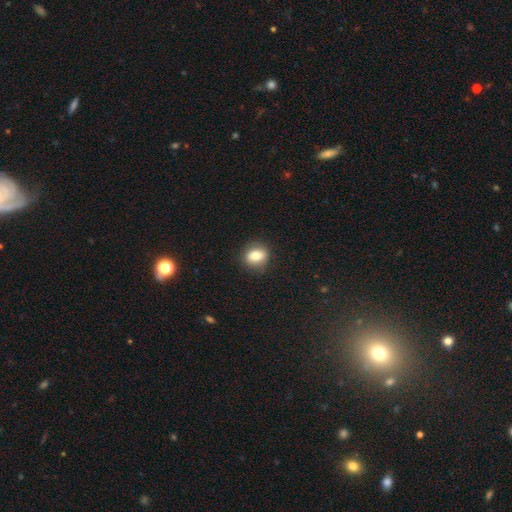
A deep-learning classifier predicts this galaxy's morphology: This is likely a smooth galaxy (77%). How rounded: possibly round (57%). Merging: clearly none (86%).